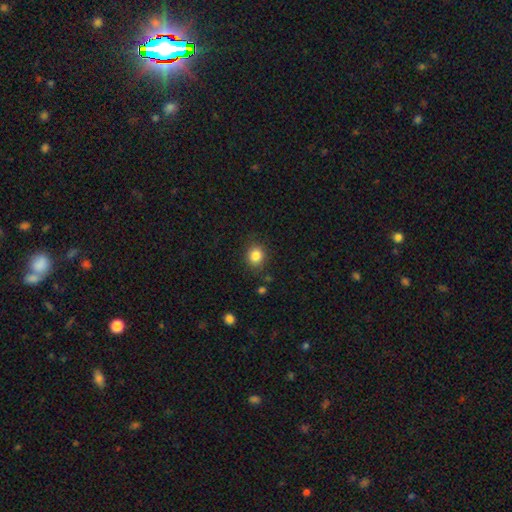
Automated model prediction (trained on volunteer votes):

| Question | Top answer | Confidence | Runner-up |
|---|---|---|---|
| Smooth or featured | smooth | 84% | star or artifact (10%) |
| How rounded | round | 73% | in between (26%) |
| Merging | none | 84% | minor disturbance (11%) |